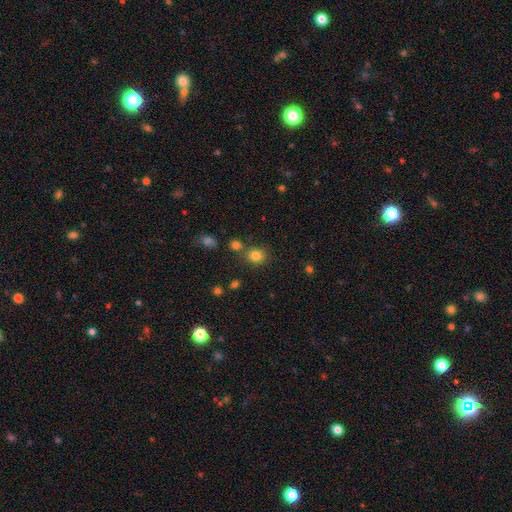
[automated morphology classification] Q: Smooth or featured?
A: smooth (81%); runner-up: star or artifact (13%)
Q: How rounded?
A: round (72%); runner-up: in between (28%)
Q: Merging?
A: none (71%); runner-up: merger (15%)